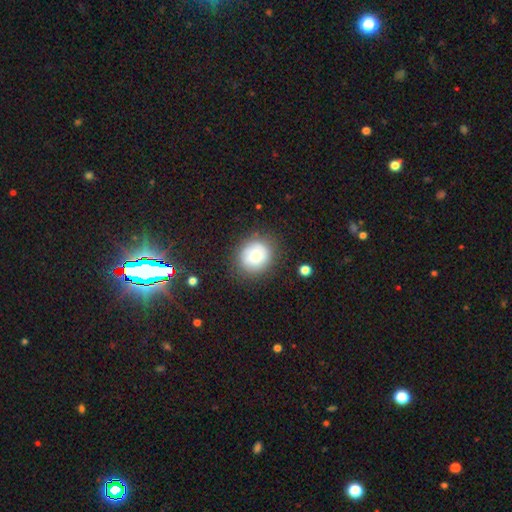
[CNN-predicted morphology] smooth 71%, featured or disk 19%, star or artifact 10%. Down the decision tree: how rounded — round (80%); merging — none (77%).